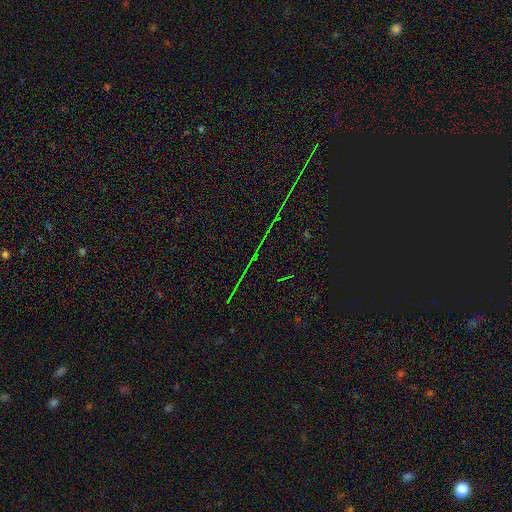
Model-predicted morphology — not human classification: Smooth or featured: star or artifact — 81% (featured or disk — 10%)